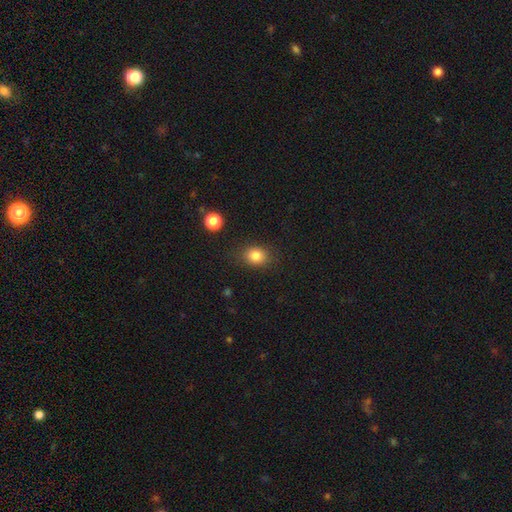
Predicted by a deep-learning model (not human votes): Overall: smooth (83%). How rounded: round (57%; in between 42%). Merging: none (83%).